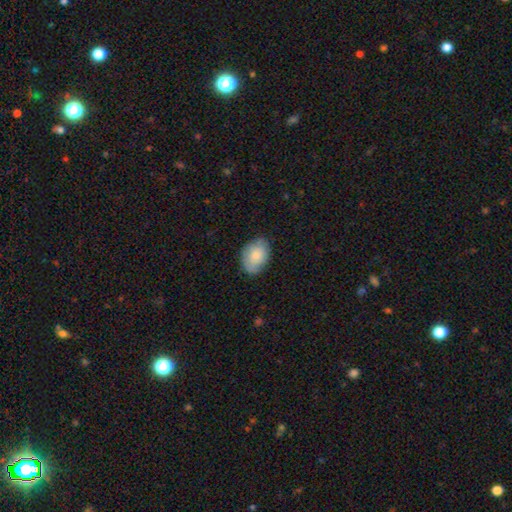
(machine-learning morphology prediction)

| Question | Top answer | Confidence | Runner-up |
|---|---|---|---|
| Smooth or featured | smooth | 81% | featured or disk (13%) |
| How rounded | in between | 83% | round (16%) |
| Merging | none | 77% | minor disturbance (18%) |